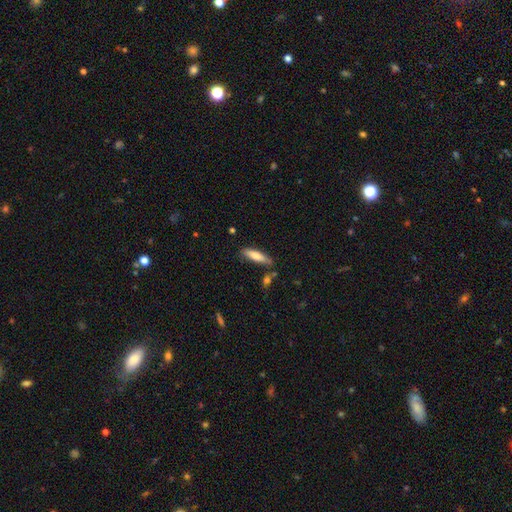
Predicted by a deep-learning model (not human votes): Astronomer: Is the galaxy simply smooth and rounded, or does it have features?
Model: smooth — 66%.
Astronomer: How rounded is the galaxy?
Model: cigar-shaped — 68%.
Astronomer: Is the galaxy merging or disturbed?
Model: none — 76%.